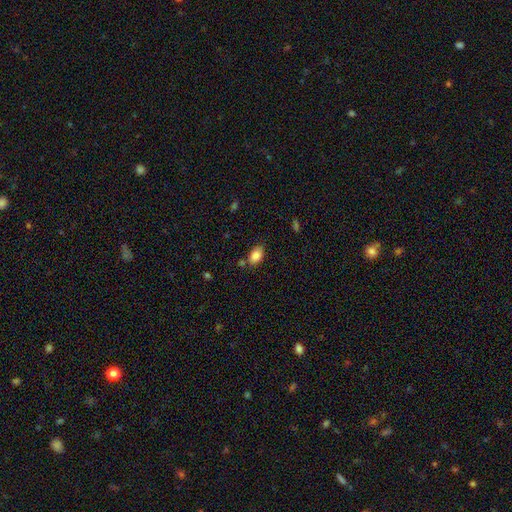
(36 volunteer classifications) A smooth galaxy with no disk features (83%) that is in between round and cigar-shaped (90%).

Vote fractions:
- Smooth or featured? smooth: 83% / featured or disk: 8% / star or artifact: 8%
- How rounded? in between: 90% / round: 7% / cigar-shaped: 3%
- Merging? none: 70% / minor disturbance: 21% / merger: 9% / major disturbance: 0%